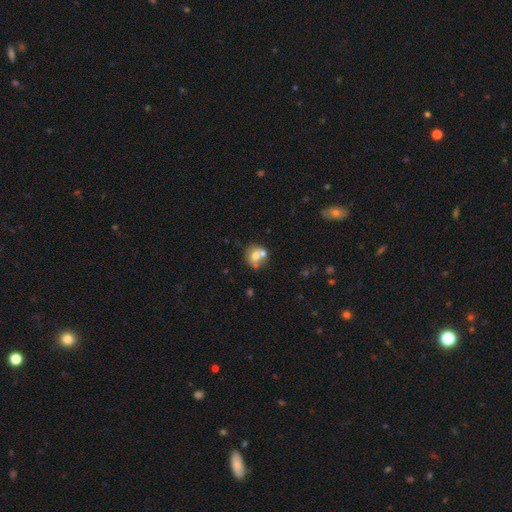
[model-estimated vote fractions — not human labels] Q: Smooth or featured?
A: smooth (65%); runner-up: featured or disk (25%)
Q: How rounded?
A: round (79%); runner-up: in between (21%)
Q: Merging?
A: none (46%); runner-up: merger (40%)